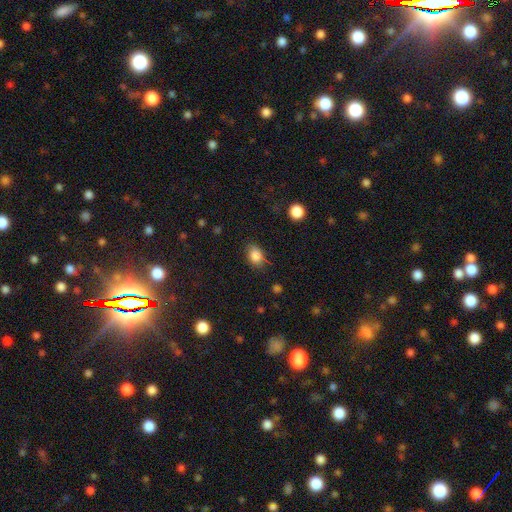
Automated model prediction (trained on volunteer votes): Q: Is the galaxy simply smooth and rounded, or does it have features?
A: smooth — 84%.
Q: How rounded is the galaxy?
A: in between — 71%.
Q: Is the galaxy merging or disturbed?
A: none — 78%.